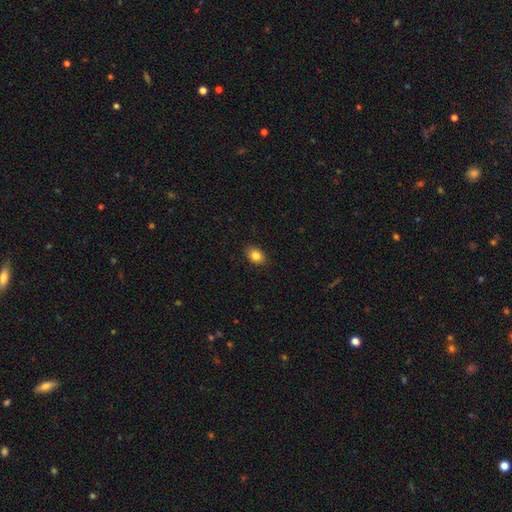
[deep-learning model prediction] This appears to be a smooth galaxy with no disk features (84%) that is in between round and cigar-shaped (73%). Merging: none (89%).